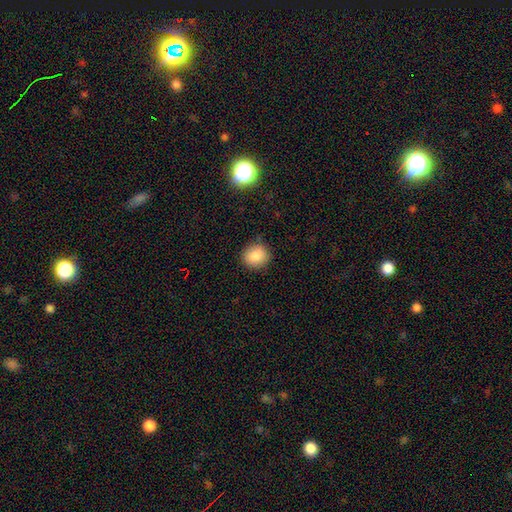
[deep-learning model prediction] smooth 85%, star or artifact 9%, featured or disk 5%. Down the decision tree: how rounded — round (85%); merging — none (87%).